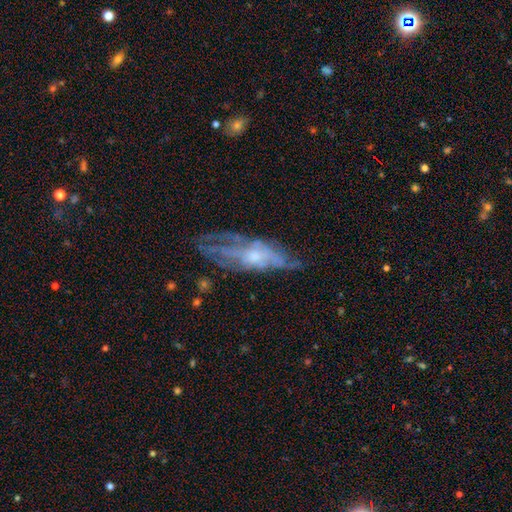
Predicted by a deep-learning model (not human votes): Smooth or featured? Predicted: featured or disk (p=0.68). Edge-on disk? Predicted: no (p=0.75). Bar? Predicted: no (p=0.78). Spiral arms? Predicted: yes (p=0.57). Bulge size? Predicted: small (p=0.47). Merging? Predicted: none (p=0.47).